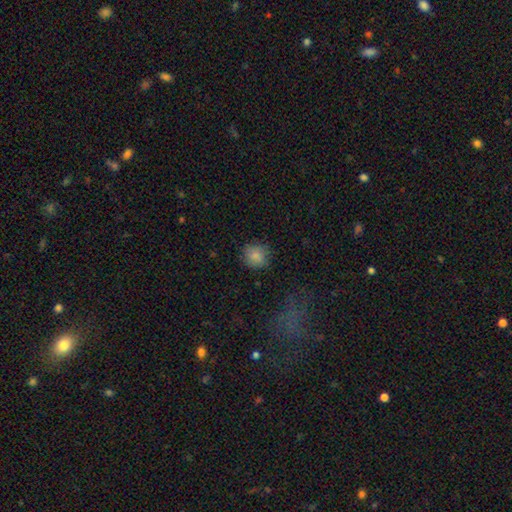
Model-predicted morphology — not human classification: A smooth galaxy with no disk features (85%) that is round (84%).

Vote fractions:
- Smooth or featured? smooth: 85% / star or artifact: 10% / featured or disk: 6%
- How rounded? round: 84% / in between: 15% / cigar-shaped: 1%
- Merging? none: 80% / minor disturbance: 15% / major disturbance: 4% / merger: 1%